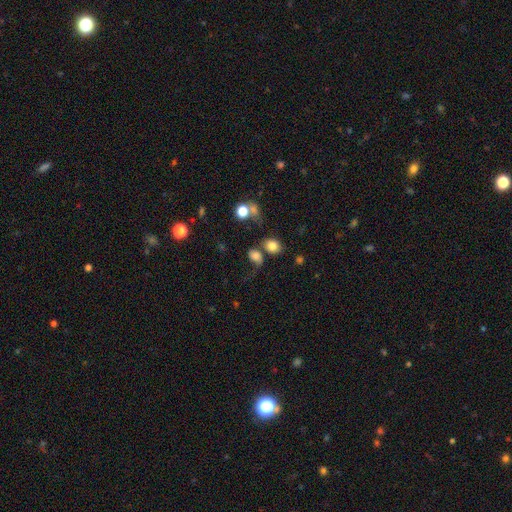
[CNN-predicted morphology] Overall: smooth (71%). How rounded: in between (60%; round 38%). Merging: none (39%; major disturbance 22%).